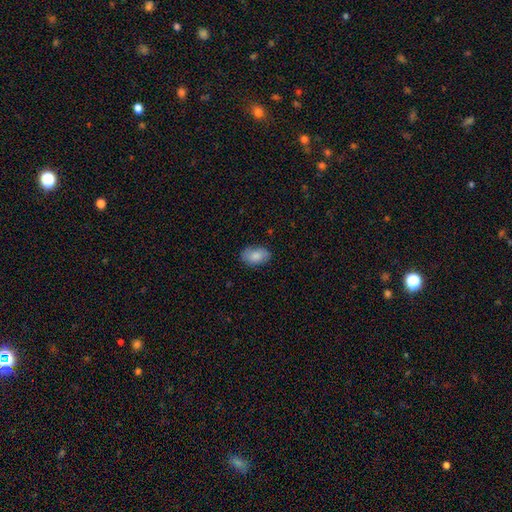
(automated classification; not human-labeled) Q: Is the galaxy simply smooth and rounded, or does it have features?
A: smooth — 83%.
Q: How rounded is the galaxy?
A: in between — 91%.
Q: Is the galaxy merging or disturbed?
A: none — 80%.